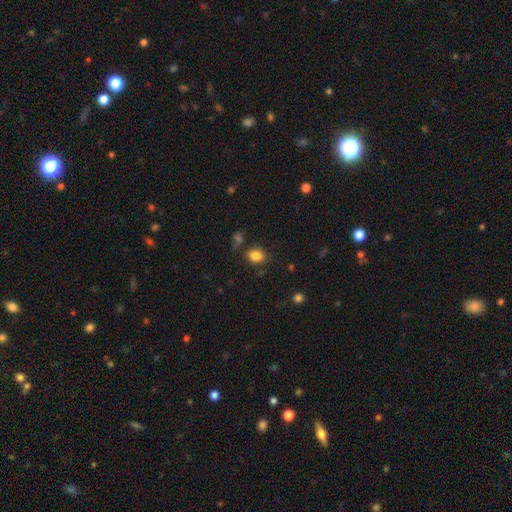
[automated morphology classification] A smooth galaxy with no disk features (83%) that is in between round and cigar-shaped (53%). Merging: none (76%).